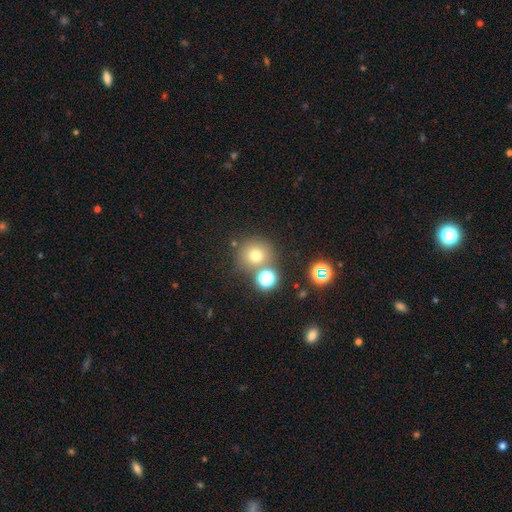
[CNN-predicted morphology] smooth 70%, star or artifact 20%, featured or disk 10%. Down the decision tree: how rounded — round (90%); merging — none (68%).